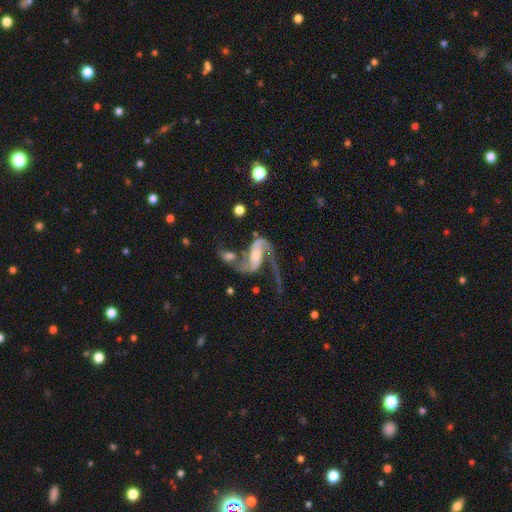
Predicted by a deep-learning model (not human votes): The model was most divided on "bar": weak: 38%, no: 34%, strong: 27%. Remaining: edge-on disk — no (97%); spiral arms — yes (95%); smooth or featured — featured or disk (86%); spiral arm count — 2 (79%); spiral winding — loose (62%); bulge size — small (46%); merging — merger (35%).